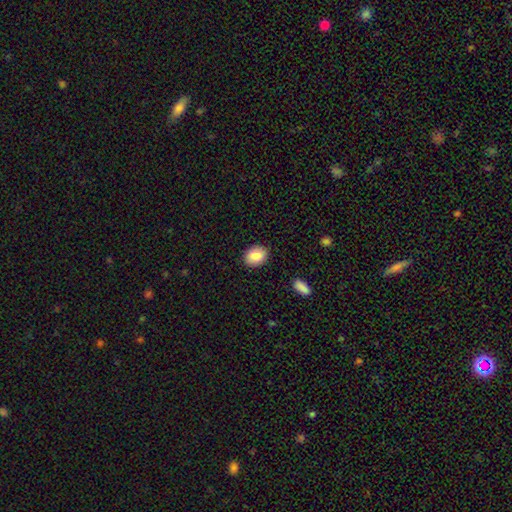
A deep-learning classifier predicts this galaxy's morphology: Q: Smooth or featured?
A: smooth (84%); runner-up: featured or disk (8%)
Q: How rounded?
A: in between (66%); runner-up: round (33%)
Q: Merging?
A: none (88%); runner-up: minor disturbance (8%)